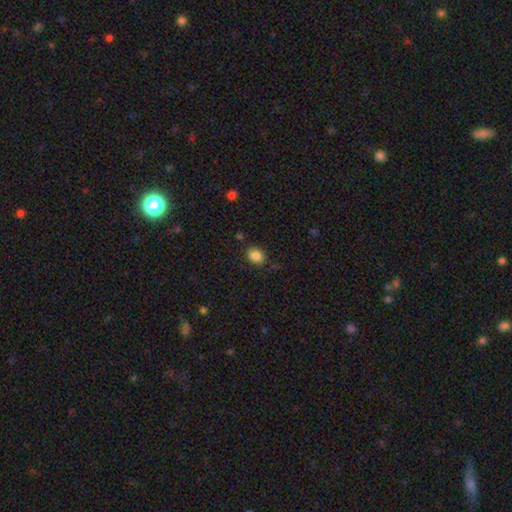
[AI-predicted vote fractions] Smooth or featured?
  - smooth: 85% *
  - star or artifact: 10%
  - featured or disk: 5%
How rounded?
  - in between: 53% *
  - round: 46%
  - cigar-shaped: 1%
Merging?
  - none: 83% *
  - minor disturbance: 12%
  - major disturbance: 3%
  - merger: 2%